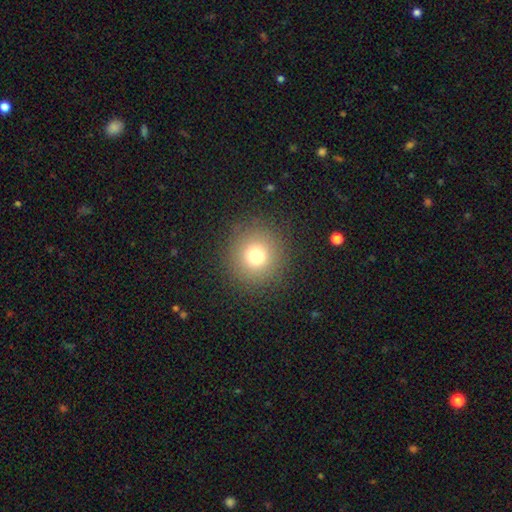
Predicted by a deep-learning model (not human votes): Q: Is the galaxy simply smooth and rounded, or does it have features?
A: smooth — 75%.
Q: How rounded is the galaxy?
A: round — 95%.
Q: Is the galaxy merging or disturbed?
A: none — 90%.